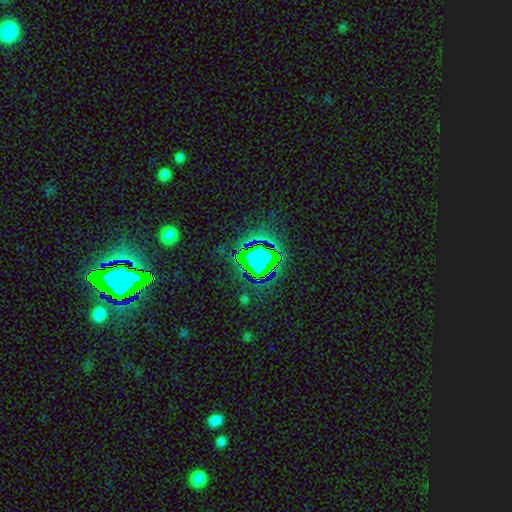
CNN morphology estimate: Smooth or featured: star or artifact — 69% (smooth — 18%)